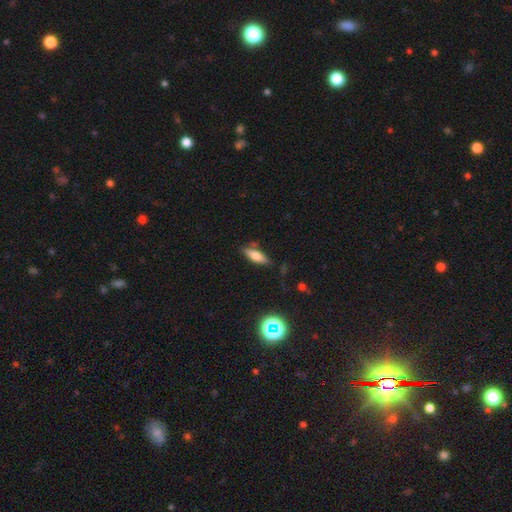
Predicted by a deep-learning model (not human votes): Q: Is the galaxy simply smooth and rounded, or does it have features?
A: smooth — 65%.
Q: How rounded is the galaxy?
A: in between — 51%.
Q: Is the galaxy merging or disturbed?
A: none — 76%.